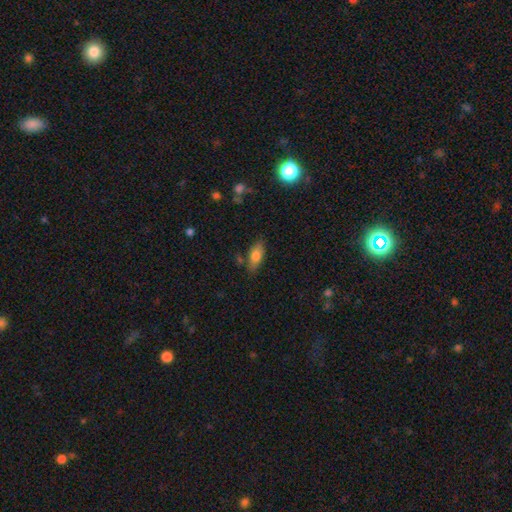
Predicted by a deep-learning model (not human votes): A smooth galaxy with no disk features (71%) that is in between round and cigar-shaped (74%).

Vote fractions:
- Smooth or featured? smooth: 71% / featured or disk: 21% / star or artifact: 8%
- How rounded? in between: 74% / cigar-shaped: 22% / round: 3%
- Merging? none: 77% / minor disturbance: 15% / merger: 4% / major disturbance: 3%